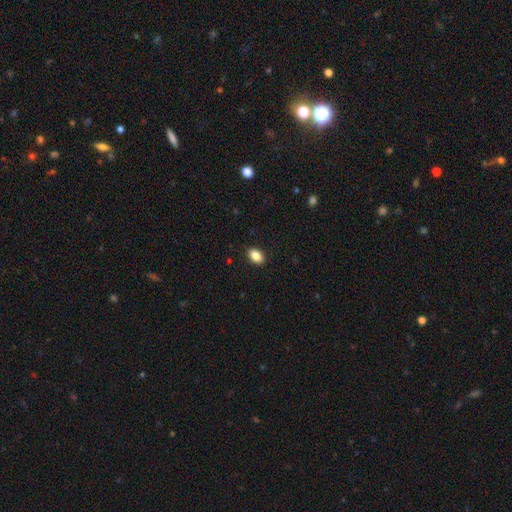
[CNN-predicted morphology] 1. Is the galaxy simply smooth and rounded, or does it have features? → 86% smooth, 8% star or artifact, 6% featured or disk.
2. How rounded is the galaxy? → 85% in between, 13% round, 2% cigar-shaped.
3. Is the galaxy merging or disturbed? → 90% none, 8% minor disturbance, 2% major disturbance, 1% merger.